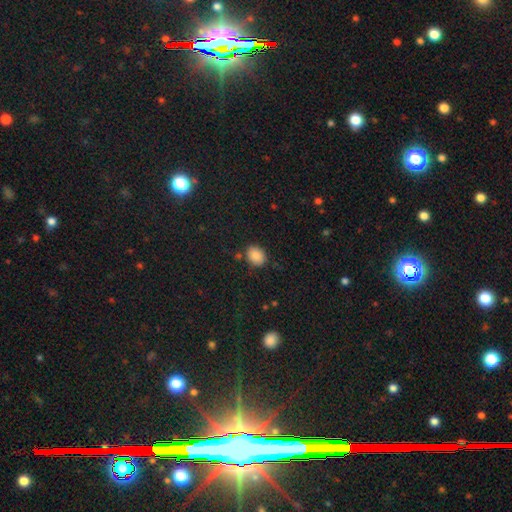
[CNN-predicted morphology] A smooth galaxy with no disk features (86%) that is in between round and cigar-shaped (59%).

Vote fractions:
- Smooth or featured? smooth: 86% / star or artifact: 9% / featured or disk: 5%
- How rounded? in between: 59% / round: 40% / cigar-shaped: 1%
- Merging? none: 84% / minor disturbance: 11% / merger: 3% / major disturbance: 3%